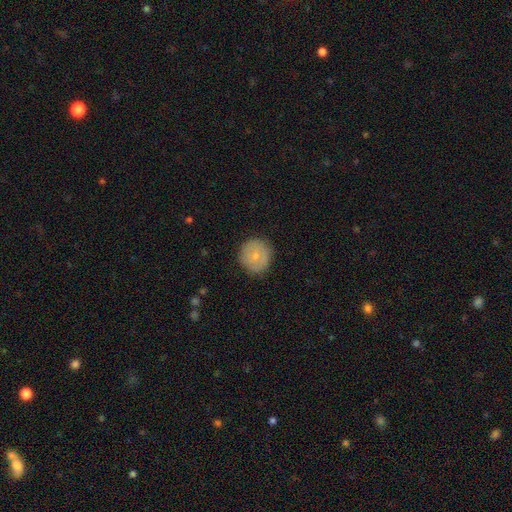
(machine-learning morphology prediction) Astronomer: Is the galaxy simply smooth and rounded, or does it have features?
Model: smooth — 66%.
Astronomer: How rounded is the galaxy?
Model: round — 91%.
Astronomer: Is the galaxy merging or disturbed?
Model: none — 86%.